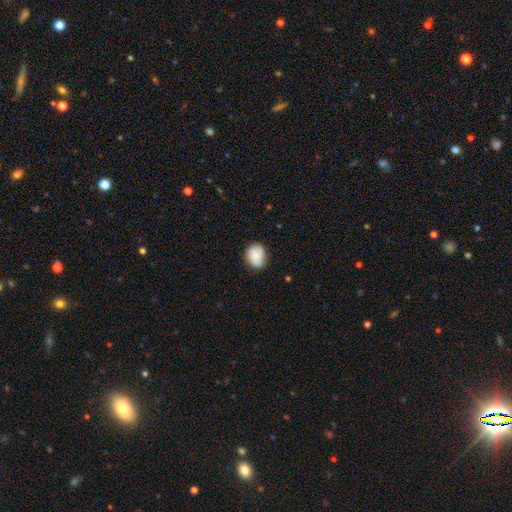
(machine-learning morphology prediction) smooth_or_featured: smooth (p=0.62) [alt: featured or disk p=0.30]
how_rounded: in between (p=0.51) [alt: round p=0.48]
merging: none (p=0.67) [alt: minor disturbance p=0.26]